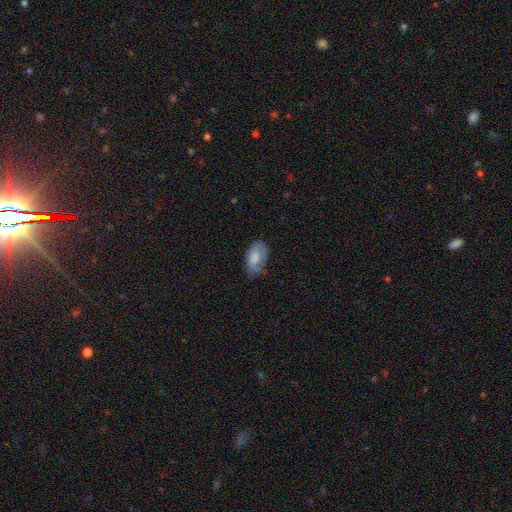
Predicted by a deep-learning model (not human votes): Smooth or featured: smooth — 65% (featured or disk — 26%)
How rounded: in between — 93% (round — 5%)
Merging: none — 64% (minor disturbance — 26%)